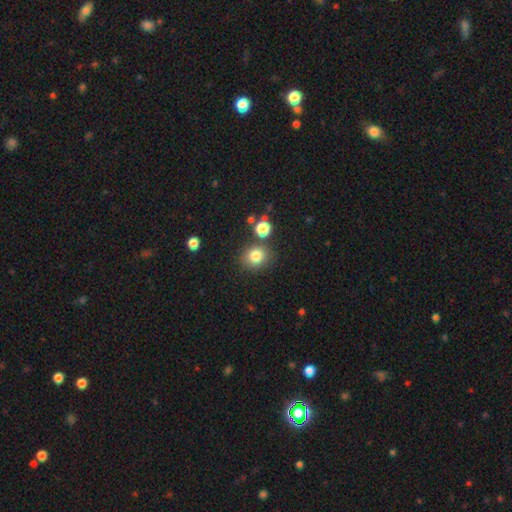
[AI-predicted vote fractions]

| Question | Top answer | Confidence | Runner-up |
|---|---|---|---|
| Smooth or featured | smooth | 82% | star or artifact (12%) |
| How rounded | round | 76% | in between (23%) |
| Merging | none | 77% | minor disturbance (11%) |